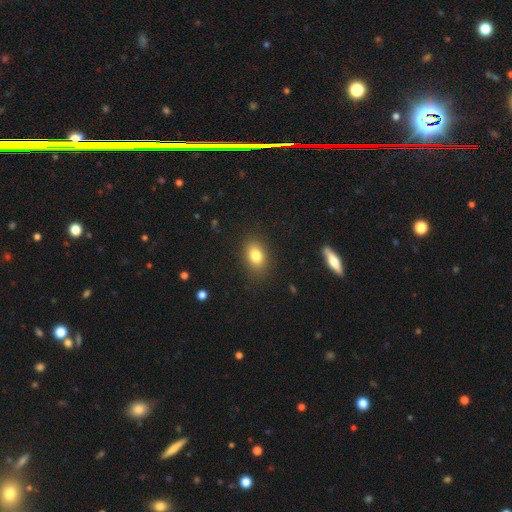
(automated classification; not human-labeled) The model was most divided on "how rounded": in between: 77%, round: 22%, cigar-shaped: 2%. More confident: merging — none (85%); smooth or featured — smooth (80%).